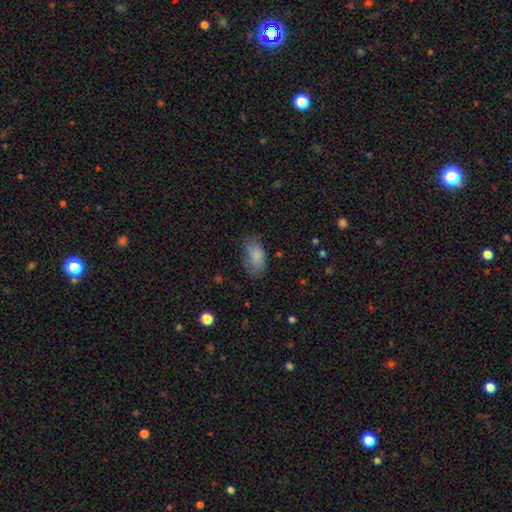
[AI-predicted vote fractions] A smooth galaxy with no disk features (82%) that is in between round and cigar-shaped (92%).

Vote fractions:
- Smooth or featured? smooth: 82% / featured or disk: 10% / star or artifact: 8%
- How rounded? in between: 92% / round: 5% / cigar-shaped: 2%
- Merging? none: 63% / minor disturbance: 27% / major disturbance: 9% / merger: 2%